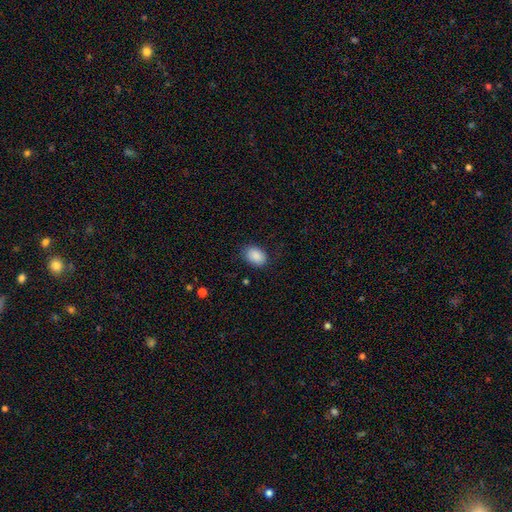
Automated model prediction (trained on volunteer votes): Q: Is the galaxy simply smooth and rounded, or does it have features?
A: smooth — 88%.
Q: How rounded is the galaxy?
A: in between — 73%.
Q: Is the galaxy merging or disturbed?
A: none — 83%.